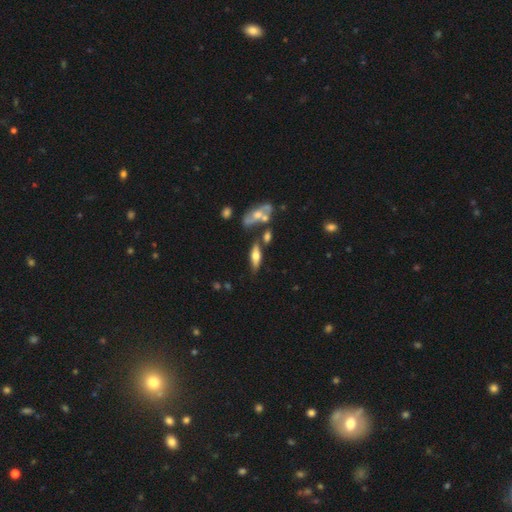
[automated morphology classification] A smooth galaxy with no disk features (46%, tied with featured or disk).

Vote fractions:
- Smooth or featured? smooth: 46% (tied) / featured or disk: 46% (tied) / star or artifact: 8%
- Merging? none: 66% / minor disturbance: 16% / merger: 12% / major disturbance: 5%